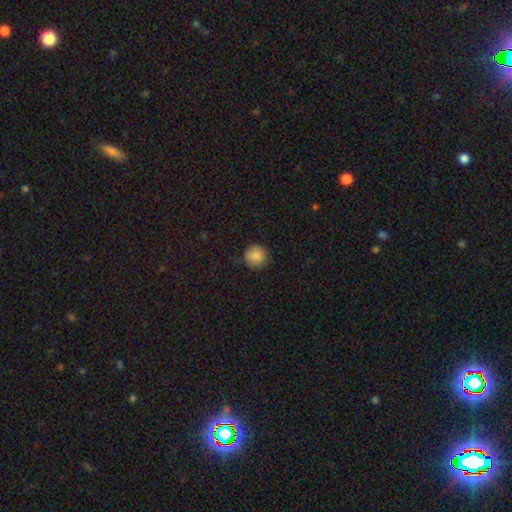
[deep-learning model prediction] Smooth or featured: smooth — 87% (star or artifact — 9%)
How rounded: round — 93% (in between — 6%)
Merging: none — 84% (minor disturbance — 12%)